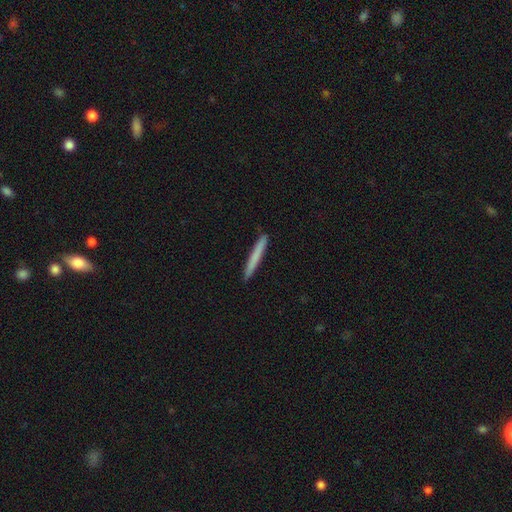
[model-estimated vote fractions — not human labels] This is likely a smooth galaxy (71%). How rounded: clearly cigar-shaped (97%). Merging: clearly none (93%).